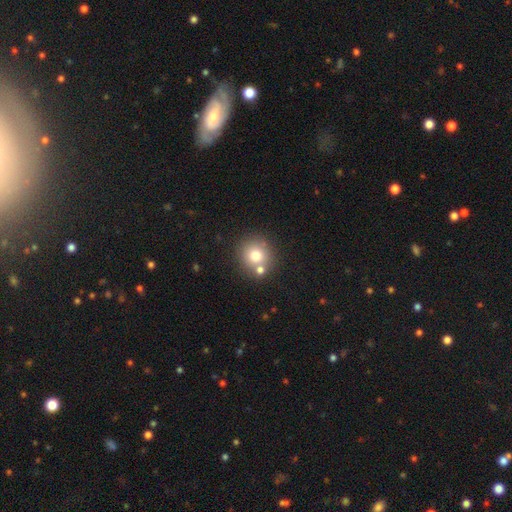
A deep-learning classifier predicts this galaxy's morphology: This appears to be a smooth galaxy with no disk features (75%) that is round (89%). Merging: none (67%).